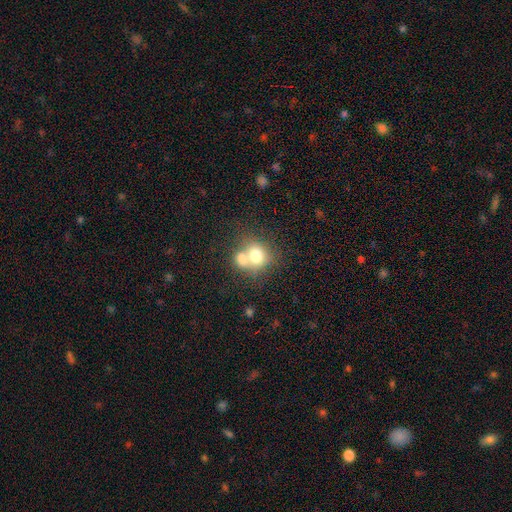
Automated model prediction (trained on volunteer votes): The model was most divided on "how rounded": round: 63%, in between: 36%, cigar-shaped: 1%. More confident: smooth or featured — smooth (72%); merging — merger (60%).